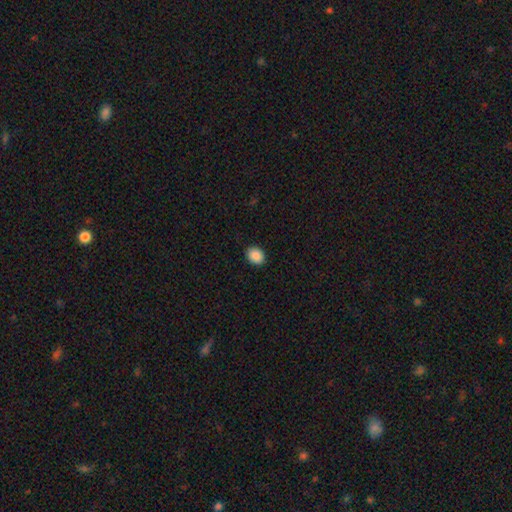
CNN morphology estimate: smooth_or_featured: smooth (p=0.90) [alt: star or artifact p=0.08]
how_rounded: in between (p=0.53) [alt: round p=0.47]
merging: none (p=0.91) [alt: minor disturbance p=0.07]